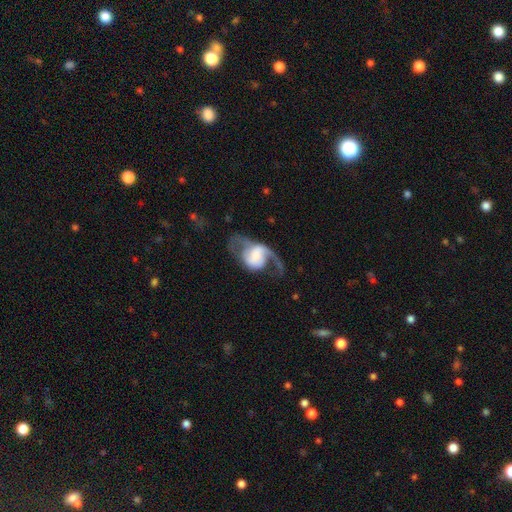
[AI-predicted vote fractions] This is likely a featured or disk galaxy (71%). It is clearly not viewed edge-on (97%). Bar: possibly no (47%). Spiral arm pattern: clearly yes (83%). Spiral arm count: likely 2 (65%). Spiral winding: likely loose (60%). Central bulge: marginally small (28%). Merging: marginally major disturbance (44%).